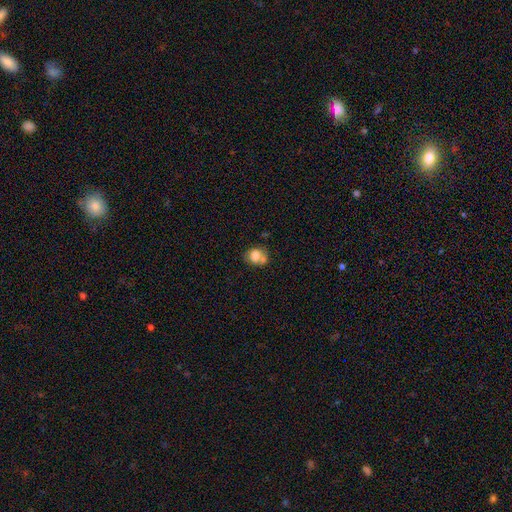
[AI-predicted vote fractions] A smooth galaxy with no disk features (74%) that is round (57%). Merging: none (40%).